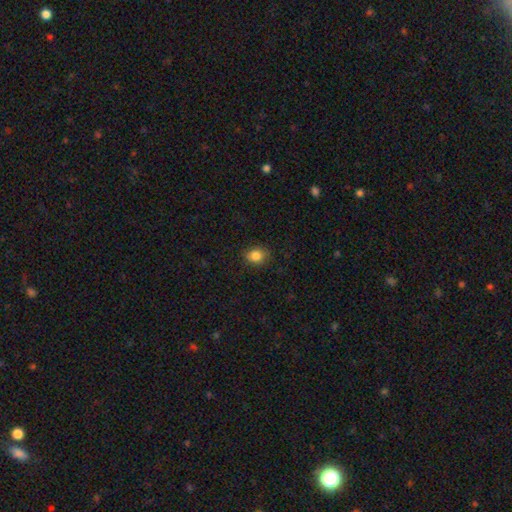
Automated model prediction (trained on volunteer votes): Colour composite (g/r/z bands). It shows a smooth galaxy with no disk features (85%) that is round (67%). Merging: none (85%).